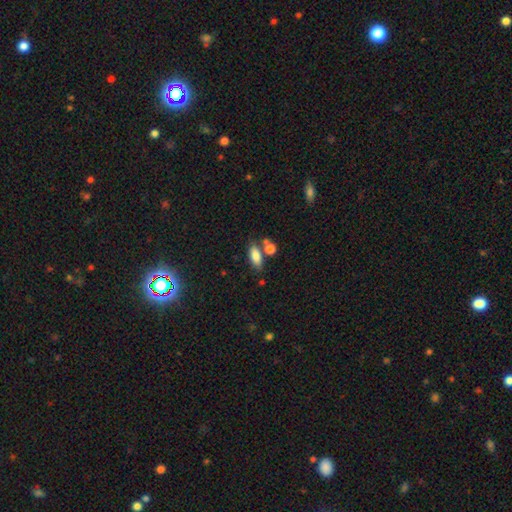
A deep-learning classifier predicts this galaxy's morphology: Smooth or featured? Predicted: smooth (p=0.82). How rounded? Predicted: in between (p=0.83). Merging? Predicted: none (p=0.62).